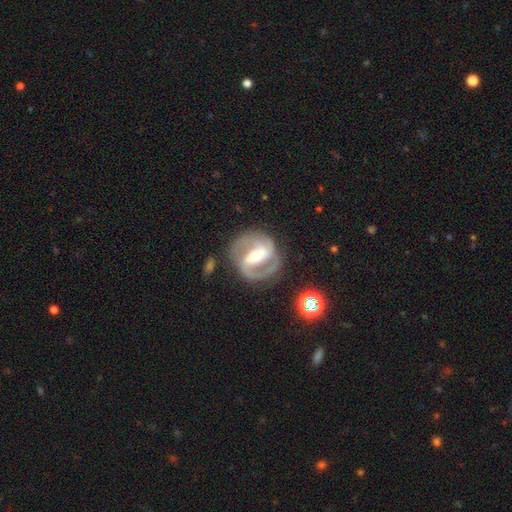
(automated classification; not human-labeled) A featured or disk galaxy (89%) with a strong bar (55%), 2 (86%) medium (53%) spiral arms (96%) and a moderate central bulge (60%).

Vote fractions:
- Smooth or featured? featured or disk: 89% / smooth: 6% / star or artifact: 5%
- Edge-on disk? no: 97% / yes: 3%
- Bar? strong: 55% / weak: 32% / no: 13%
- Spiral arms? yes: 96% / no: 4%
- Spiral winding? medium: 53% / tight: 35% / loose: 12%
- Spiral arm count? 2: 86% / 3: 6% / can't tell: 4% / 1: 2% / 4: 1% / more than 4: 1%
- Bulge size? moderate: 60% / small: 34% / large: 4% / none: 1% / dominant: 1%
- Merging? none: 78% / minor disturbance: 14% / major disturbance: 6% / merger: 2%